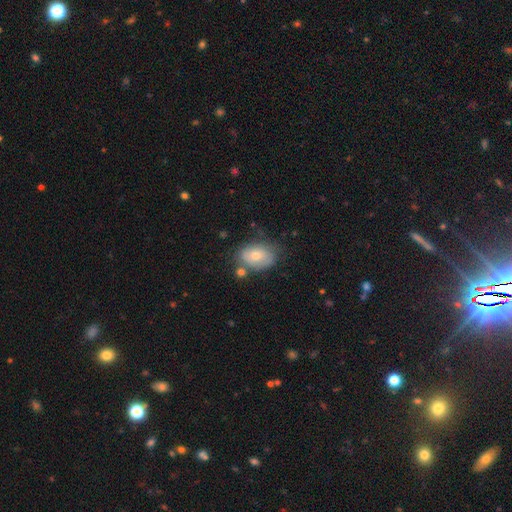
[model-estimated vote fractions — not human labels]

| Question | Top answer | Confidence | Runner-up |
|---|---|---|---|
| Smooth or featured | smooth | 61% | featured or disk (31%) |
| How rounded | in between | 78% | round (21%) |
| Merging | none | 60% | minor disturbance (23%) |